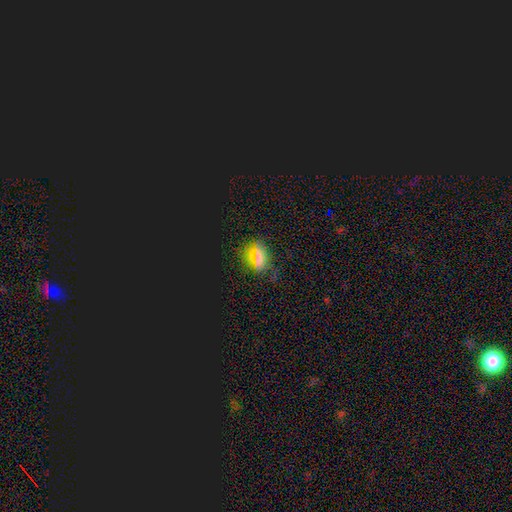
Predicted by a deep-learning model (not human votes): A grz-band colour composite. It shows a smooth galaxy with no disk features (49%). Merging: none (82%).